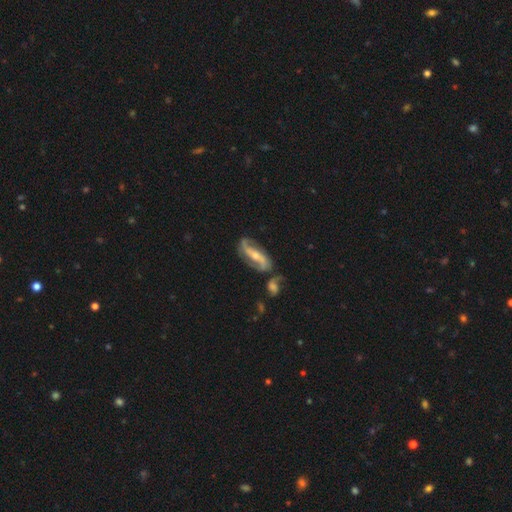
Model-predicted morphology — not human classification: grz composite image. It shows a featured or disk galaxy (84%) with a strong bar (43%), 2 (91%) loose (53%) spiral arms (94%) and a moderate central bulge (48%). Merging: none (61%).